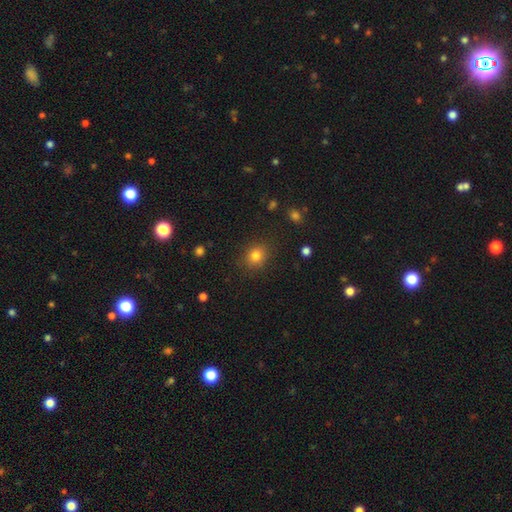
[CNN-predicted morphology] The model was most divided on "how rounded": round: 73%, in between: 27%, cigar-shaped: 1%. More confident: merging — none (86%); smooth or featured — smooth (81%).